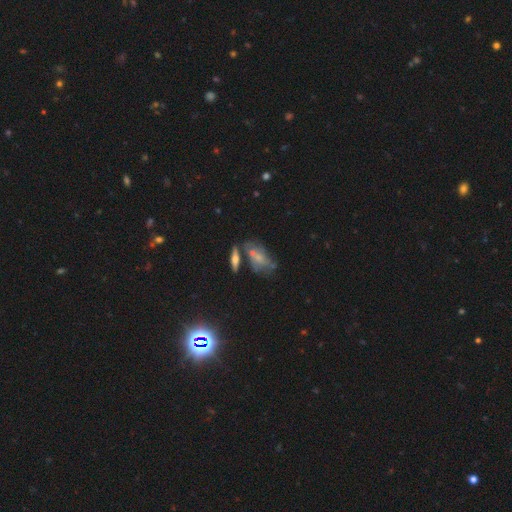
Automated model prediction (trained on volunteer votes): This appears to be a featured or disk galaxy (41%). Merging: none (45%).